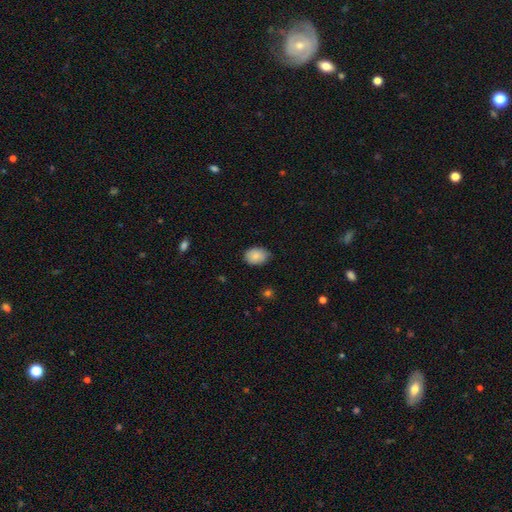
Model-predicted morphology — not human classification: Smooth or featured? smooth (88%)
How rounded? in between (73%)
Merging? none (79%)